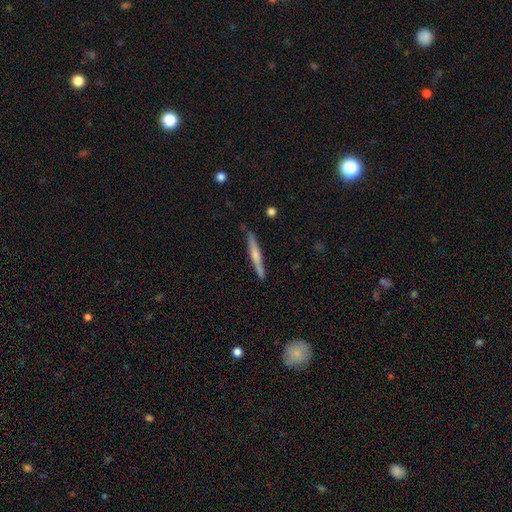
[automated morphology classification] Smooth or featured: featured or disk — 51% (smooth — 43%)
Edge-on disk: yes — 97% (no — 3%)
Merging: none — 86% (minor disturbance — 11%)